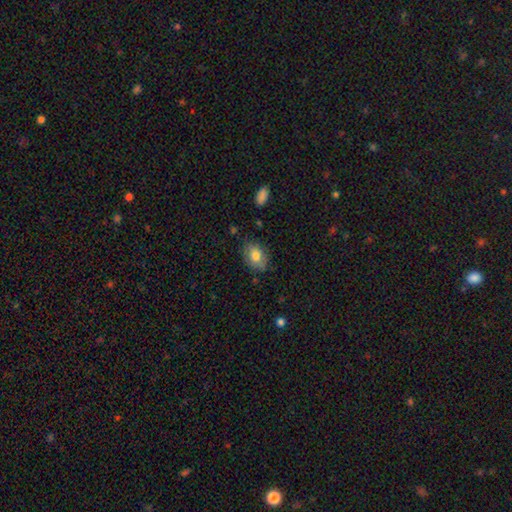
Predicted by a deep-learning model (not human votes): Smooth or featured? smooth (78%)
How rounded? in between (78%)
Merging? none (78%)